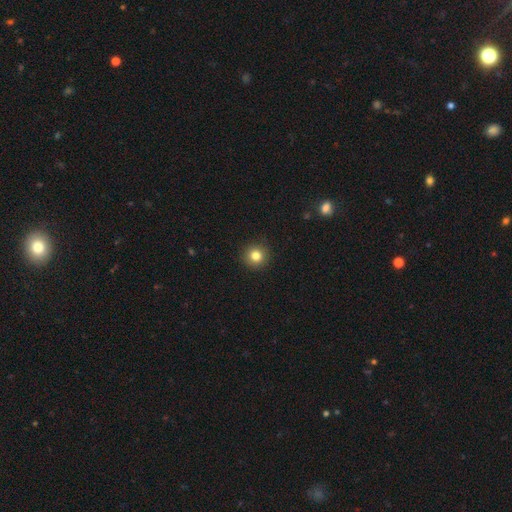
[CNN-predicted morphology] A smooth galaxy with no disk features (82%) that is round (94%). Merging: none (91%).